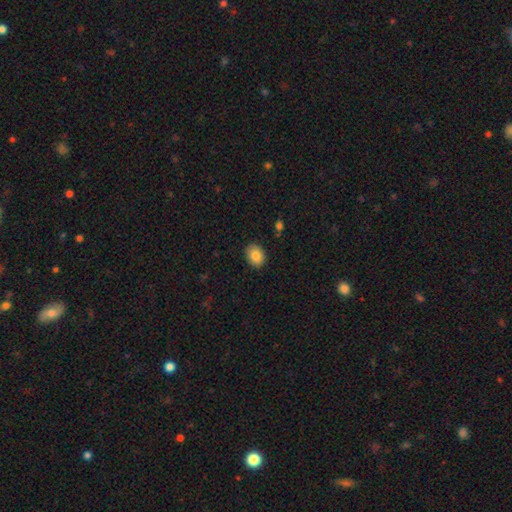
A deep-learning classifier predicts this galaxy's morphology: type=smooth (85%); roundness=in between (63%); merging=none (88%).